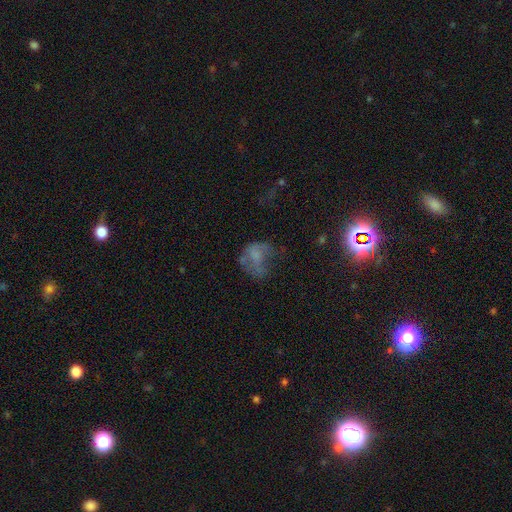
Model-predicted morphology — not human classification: Overall: smooth (49%; featured or disk 34%). Merging: major disturbance (44%; none 28%).